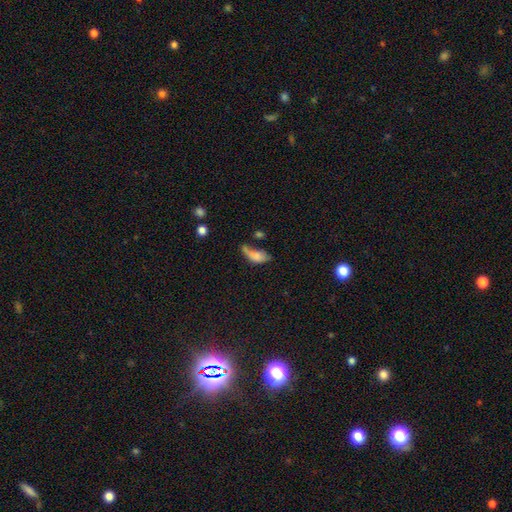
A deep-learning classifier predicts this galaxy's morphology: Q: Smooth or featured?
A: smooth (68%); runner-up: featured or disk (22%)
Q: How rounded?
A: in between (83%); runner-up: cigar-shaped (12%)
Q: Merging?
A: none (28%); runner-up: minor disturbance (26%)